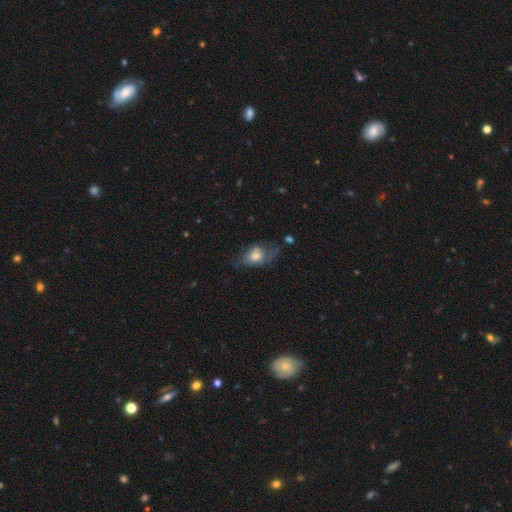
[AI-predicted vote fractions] Smooth or featured: smooth — 62% (featured or disk — 29%)
How rounded: in between — 80% (round — 18%)
Merging: none — 41% (minor disturbance — 31%)